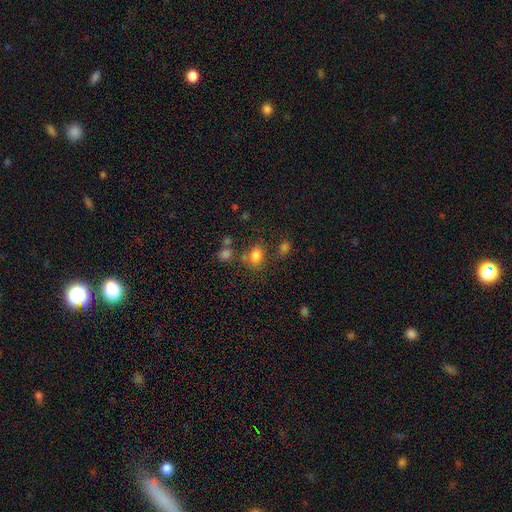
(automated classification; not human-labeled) This appears to be a smooth galaxy with no disk features (78%) that is in between round and cigar-shaped (56%). Merging: none (62%).